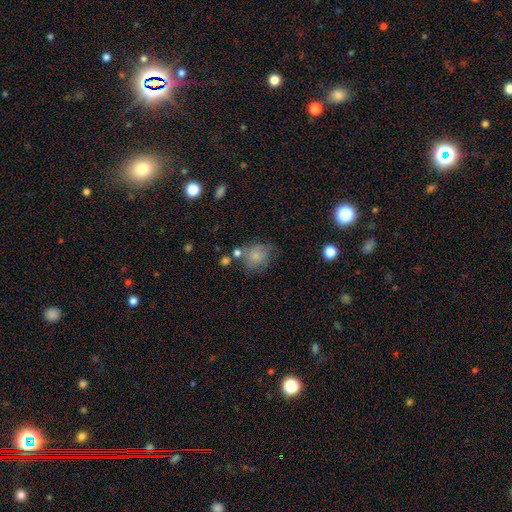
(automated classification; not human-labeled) Overall: smooth (75%). How rounded: round (68%; in between 31%). Merging: none (50%; minor disturbance 26%).